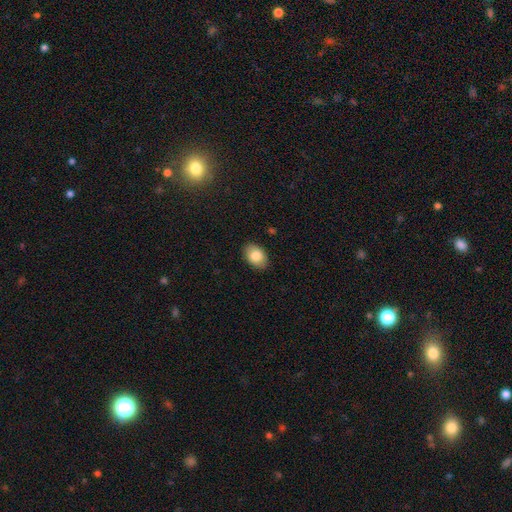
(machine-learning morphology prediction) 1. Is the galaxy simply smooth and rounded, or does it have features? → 83% smooth, 10% featured or disk, 7% star or artifact.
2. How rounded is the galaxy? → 85% in between, 14% round, 1% cigar-shaped.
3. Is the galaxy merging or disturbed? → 88% none, 9% minor disturbance, 2% major disturbance, 1% merger.